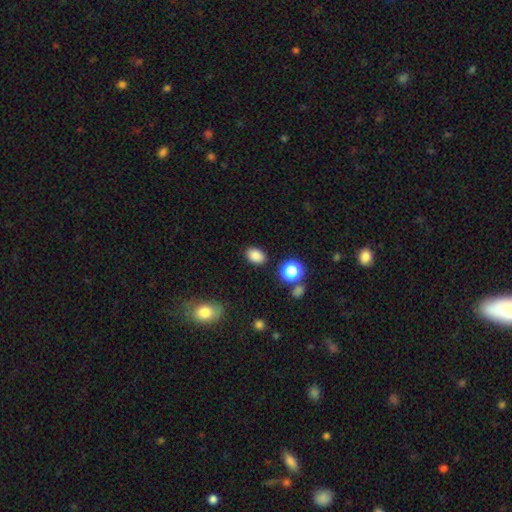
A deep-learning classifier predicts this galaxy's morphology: Smooth or featured: smooth — 84% (star or artifact — 12%)
How rounded: in between — 75% (round — 23%)
Merging: none — 85% (minor disturbance — 10%)